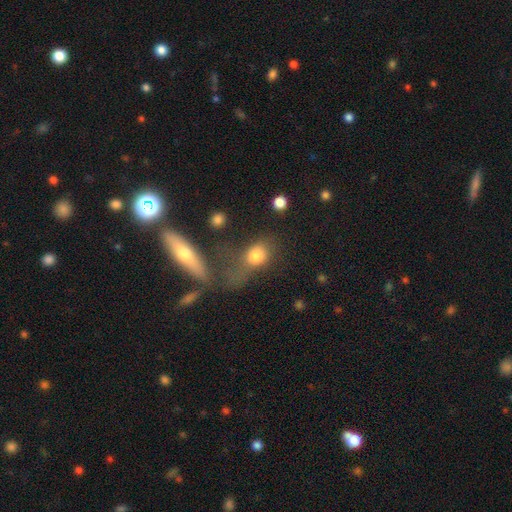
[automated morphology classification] A smooth galaxy with no disk features (76%) that is in between round and cigar-shaped (58%). Merging: none (32%).